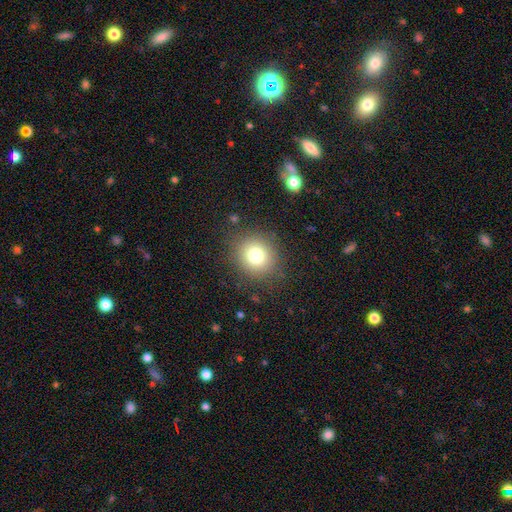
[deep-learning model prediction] The model was most divided on "smooth or featured": smooth: 77%, star or artifact: 14%, featured or disk: 10%. More confident: how rounded — round (88%); merging — none (87%).